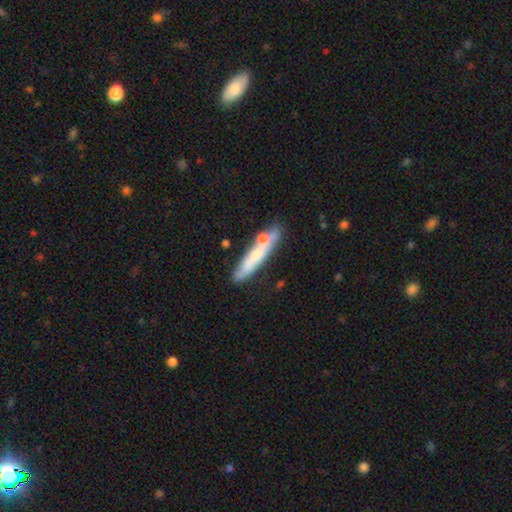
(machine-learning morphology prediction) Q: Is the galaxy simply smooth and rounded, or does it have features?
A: smooth — 54%.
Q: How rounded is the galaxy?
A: cigar-shaped — 86%.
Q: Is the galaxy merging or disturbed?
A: none — 63%.